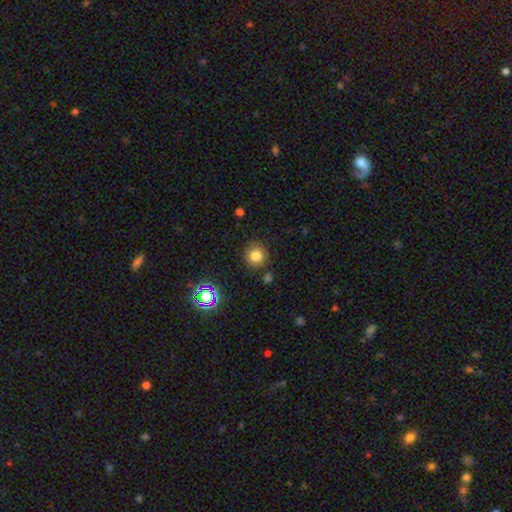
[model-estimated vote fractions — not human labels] A smooth galaxy with no disk features (78%) that is round (91%).

Vote fractions:
- Smooth or featured? smooth: 78% / star or artifact: 15% / featured or disk: 7%
- How rounded? round: 91% / in between: 8% / cigar-shaped: 1%
- Merging? none: 84% / minor disturbance: 9% / merger: 3% / major disturbance: 3%